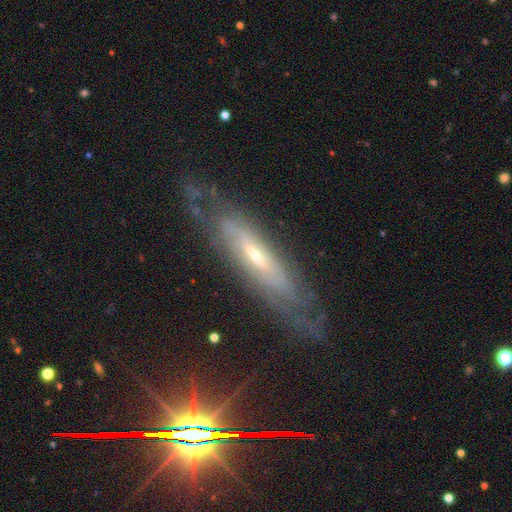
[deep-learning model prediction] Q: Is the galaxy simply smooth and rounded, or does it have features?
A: featured or disk — 77%.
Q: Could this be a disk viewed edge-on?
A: no — 51%.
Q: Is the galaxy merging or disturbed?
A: none — 68%.